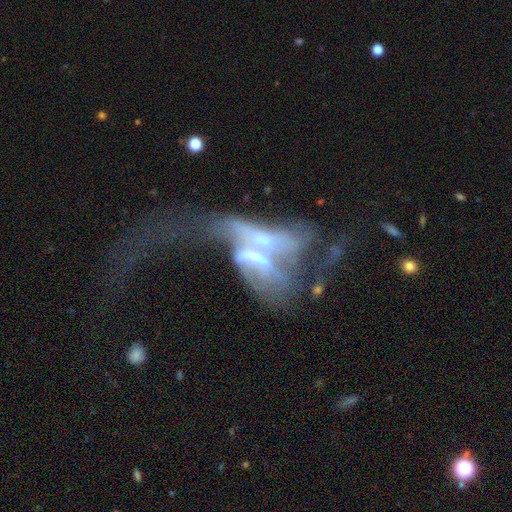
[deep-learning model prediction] Smooth or featured?
  - featured or disk: 66% *
  - smooth: 23%
  - star or artifact: 12%
Edge-on disk?
  - no: 82% *
  - yes: 18%
Bar?
  - no: 57% *
  - strong: 22%
  - weak: 21%
Spiral arms?
  - no: 69% *
  - yes: 31%
Bulge size?
  - moderate: 34% *
  - small: 29%
  - none: 26%
  - large: 8%
  - dominant: 3%
Merging?
  - merger: 58% *
  - major disturbance: 29%
  - none: 7%
  - minor disturbance: 5%